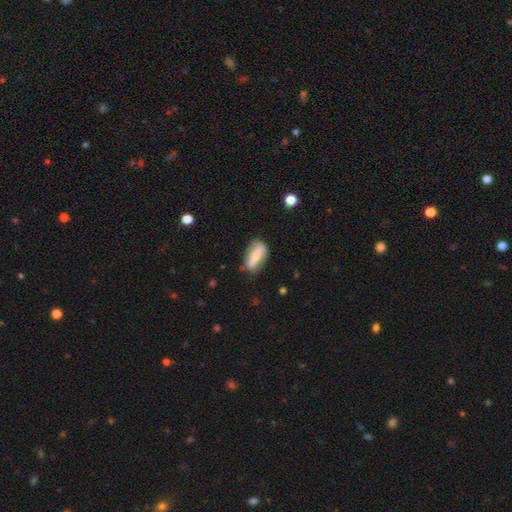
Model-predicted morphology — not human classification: smooth_or_featured: smooth (p=0.60) [alt: featured or disk p=0.33]
how_rounded: in between (p=0.76) [alt: cigar-shaped p=0.19]
merging: none (p=0.68) [alt: minor disturbance p=0.22]